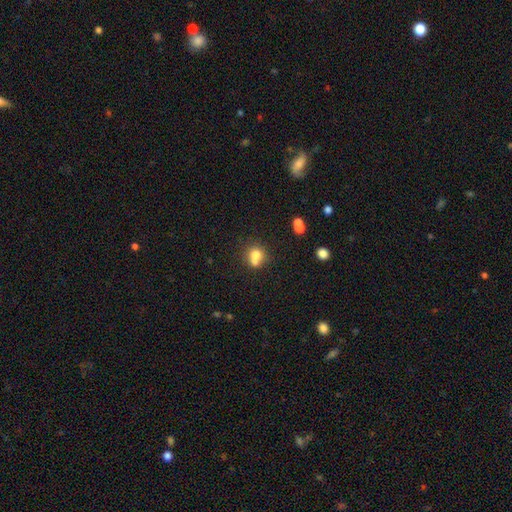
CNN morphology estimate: This appears to be a smooth galaxy with no disk features (72%) that is round (76%). Merging: merger (46%).